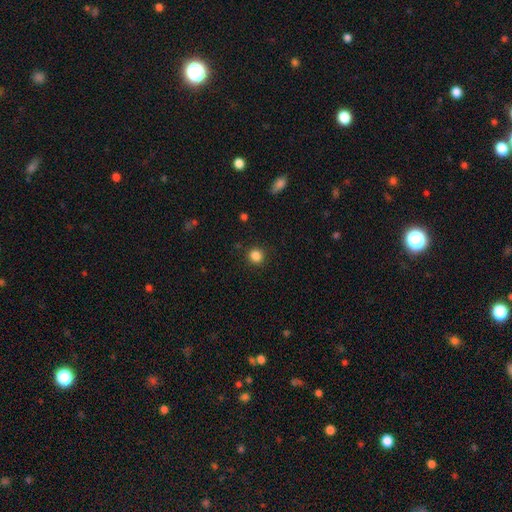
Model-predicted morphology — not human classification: Smooth or featured? Predicted: smooth (p=0.85). How rounded? Predicted: round (p=0.90). Merging? Predicted: none (p=0.91).